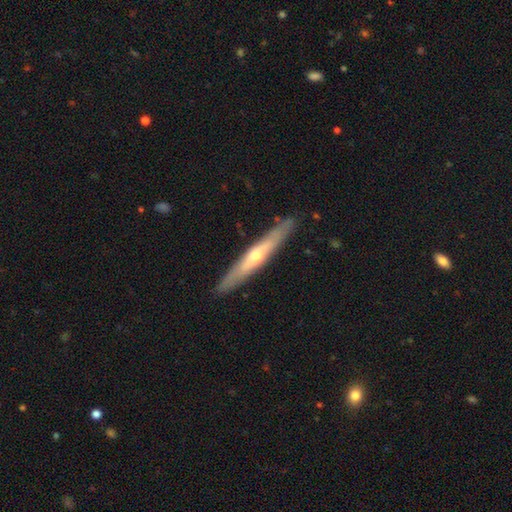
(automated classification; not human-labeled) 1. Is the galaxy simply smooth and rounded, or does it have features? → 62% featured or disk, 33% smooth, 5% star or artifact.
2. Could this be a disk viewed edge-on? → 91% yes, 9% no.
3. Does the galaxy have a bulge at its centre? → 75% rounded, 21% none, 3% boxy.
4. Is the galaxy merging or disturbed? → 89% none, 8% minor disturbance, 1% major disturbance, 1% merger.